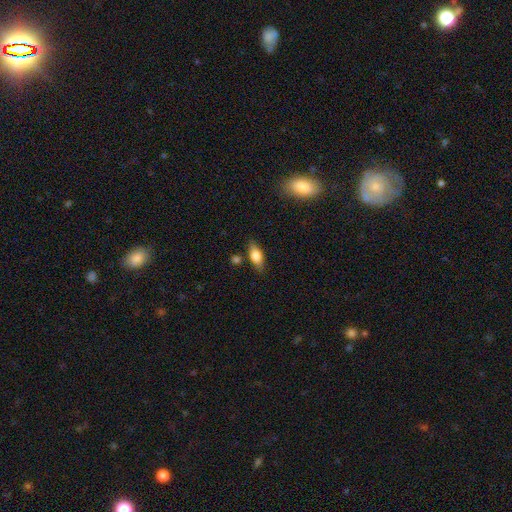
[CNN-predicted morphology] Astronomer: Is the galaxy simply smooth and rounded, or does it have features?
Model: smooth — 74%.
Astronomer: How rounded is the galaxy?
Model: in between — 81%.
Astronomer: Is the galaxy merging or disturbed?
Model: none — 75%.